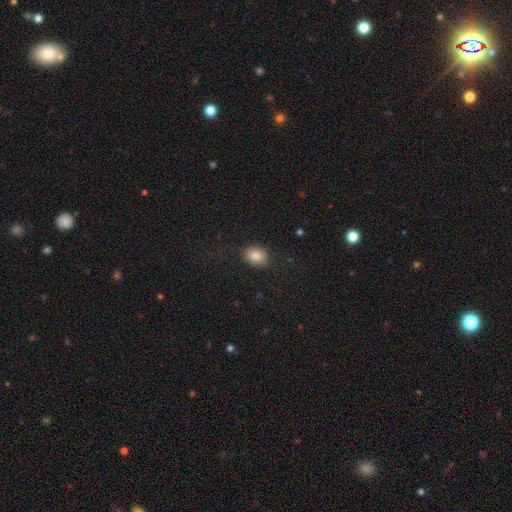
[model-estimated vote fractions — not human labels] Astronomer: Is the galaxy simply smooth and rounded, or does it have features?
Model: smooth — 84%.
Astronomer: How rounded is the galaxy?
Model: in between — 52% (runner-up: round, 46%).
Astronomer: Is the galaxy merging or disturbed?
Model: none — 83%.